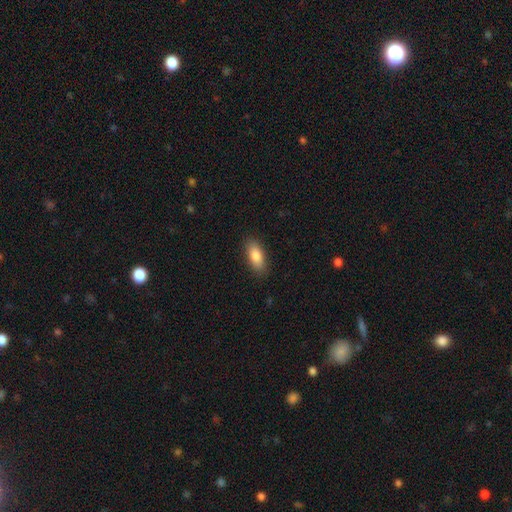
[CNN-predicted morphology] A smooth galaxy with no disk features (84%) that is in between round and cigar-shaped (83%). Merging: none (88%).